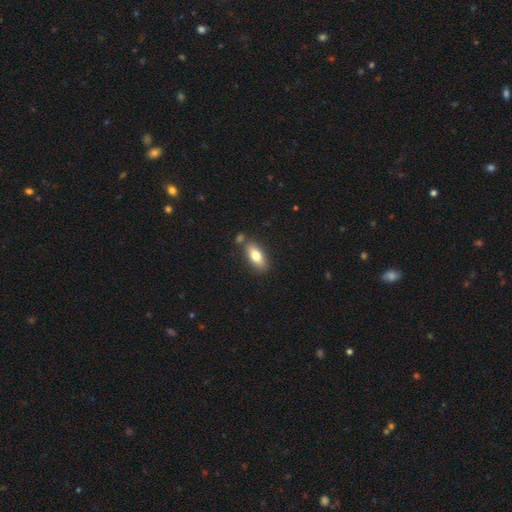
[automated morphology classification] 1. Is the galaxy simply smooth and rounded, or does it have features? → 76% smooth, 17% featured or disk, 7% star or artifact.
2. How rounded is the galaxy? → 82% in between, 15% cigar-shaped, 3% round.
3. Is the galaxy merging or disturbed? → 74% none, 13% minor disturbance, 11% merger, 3% major disturbance.